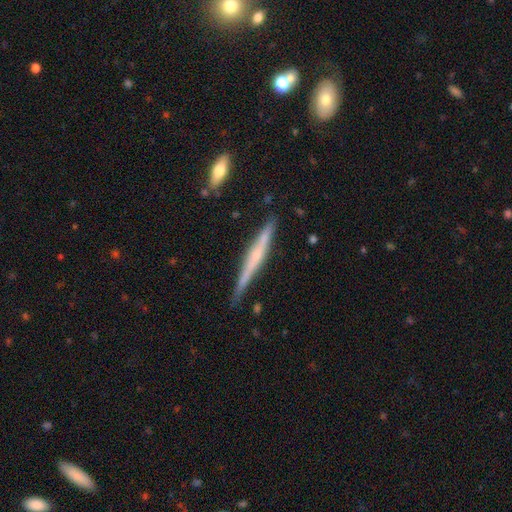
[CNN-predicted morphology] Smooth or featured?
  - featured or disk: 64% *
  - smooth: 29%
  - star or artifact: 7%
Edge-on disk?
  - yes: 97% *
  - no: 3%
Edge-on bulge?
  - rounded: 46% *
  - none: 41%
  - boxy: 13%
Merging?
  - none: 82% *
  - minor disturbance: 14%
  - major disturbance: 2%
  - merger: 2%